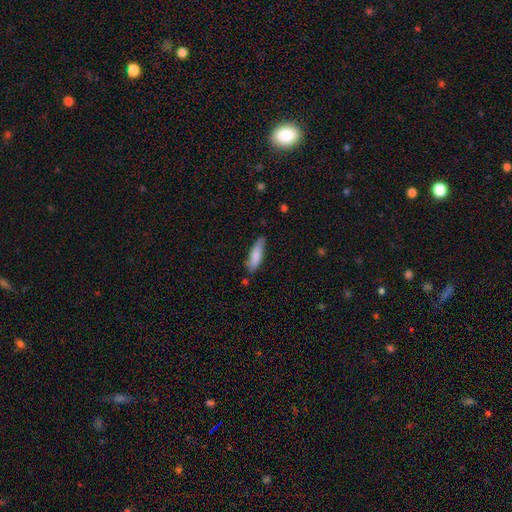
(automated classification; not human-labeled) Smooth or featured: smooth — 79% (featured or disk — 15%)
How rounded: cigar-shaped — 63% (in between — 36%)
Merging: none — 71% (minor disturbance — 22%)